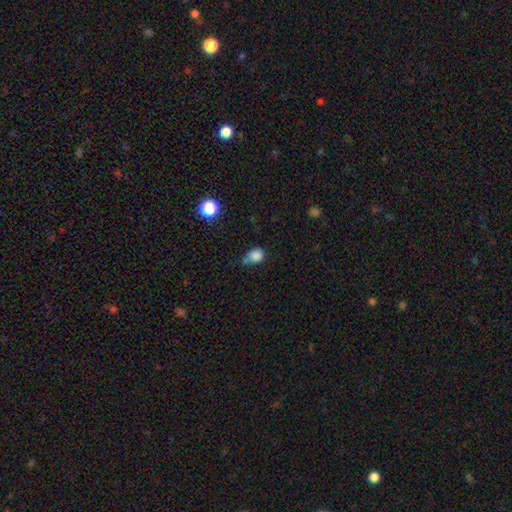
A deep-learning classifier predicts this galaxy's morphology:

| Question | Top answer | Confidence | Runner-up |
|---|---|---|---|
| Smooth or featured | smooth | 82% | star or artifact (12%) |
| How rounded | round | 57% | in between (42%) |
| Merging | none | 41% | minor disturbance (37%) |